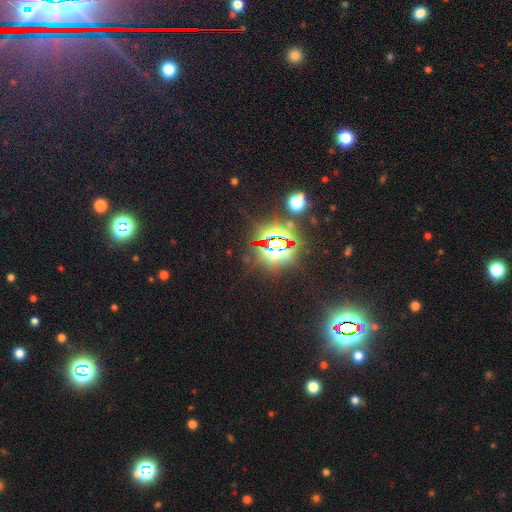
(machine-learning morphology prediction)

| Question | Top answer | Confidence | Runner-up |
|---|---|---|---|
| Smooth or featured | star or artifact | 83% | smooth (11%) |